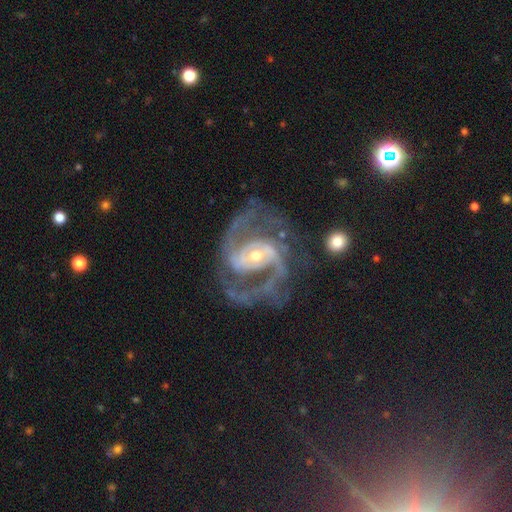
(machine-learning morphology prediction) Smooth or featured: featured or disk — 92% (star or artifact — 5%)
Edge-on disk: no — 98% (yes — 2%)
Bar: weak — 39% (no — 38%)
Spiral arms: yes — 98% (no — 2%)
Spiral winding: medium — 57% (tight — 26%)
Spiral arm count: 2 — 74% (3 — 11%)
Bulge size: moderate — 53% (small — 42%)
Merging: none — 59% (major disturbance — 20%)